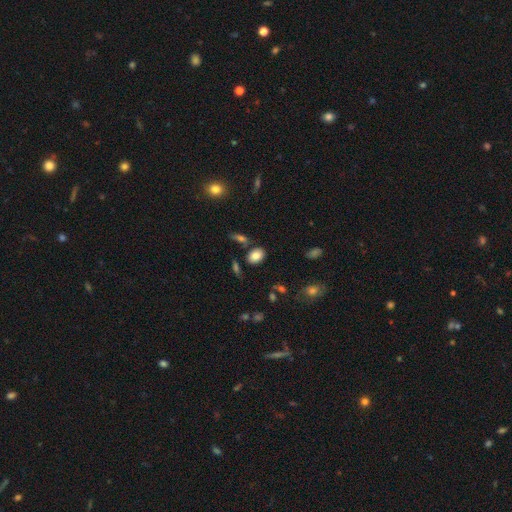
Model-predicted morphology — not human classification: Q: Smooth or featured?
A: smooth (83%); runner-up: star or artifact (9%)
Q: How rounded?
A: in between (78%); runner-up: round (20%)
Q: Merging?
A: none (79%); runner-up: minor disturbance (11%)